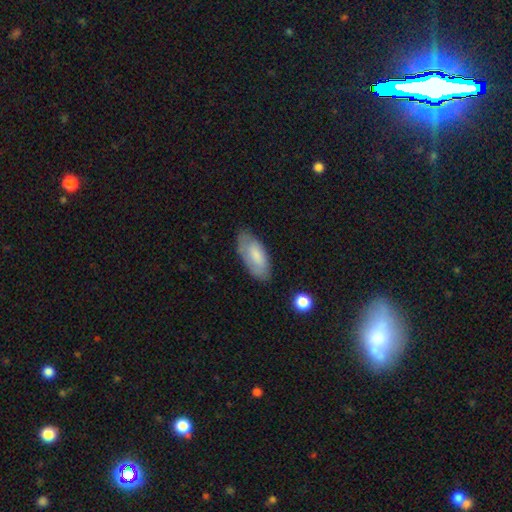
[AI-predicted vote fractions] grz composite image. It shows a smooth galaxy with no disk features (72%) that is in between round and cigar-shaped (89%). Merging: none (73%).